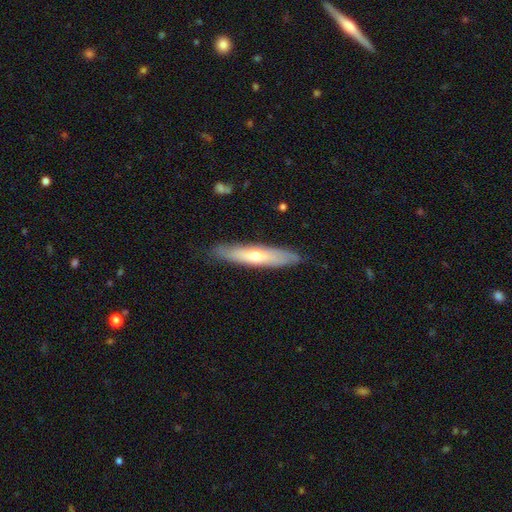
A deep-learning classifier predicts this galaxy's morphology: Smooth or featured? smooth (49%)
Merging? none (85%)